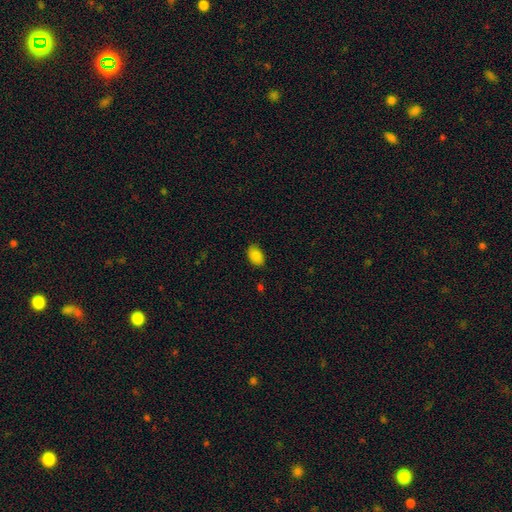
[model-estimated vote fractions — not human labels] This is clearly a smooth galaxy (87%). How rounded: clearly in between (87%). Merging: clearly none (81%).